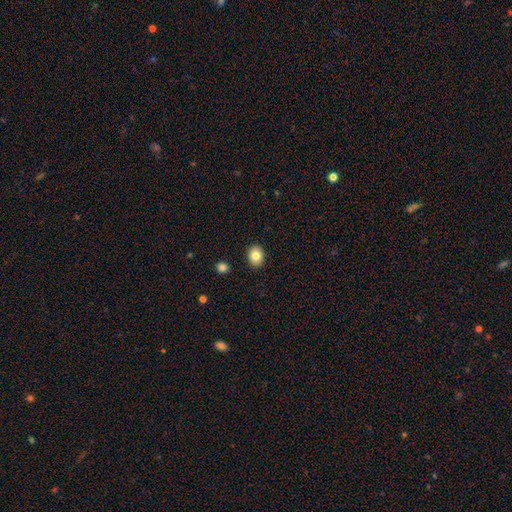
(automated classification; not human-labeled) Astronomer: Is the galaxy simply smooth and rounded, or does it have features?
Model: smooth — 82%.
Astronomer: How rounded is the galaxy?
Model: in between — 51% (runner-up: round, 49%).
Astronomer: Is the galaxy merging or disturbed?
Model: none — 90%.